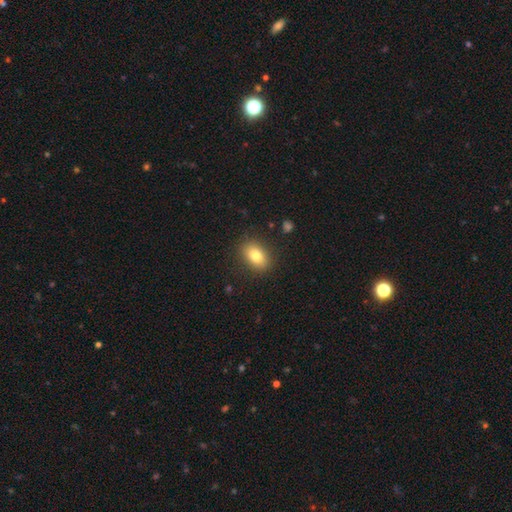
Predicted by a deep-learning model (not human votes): A smooth galaxy with no disk features (80%) that is in between round and cigar-shaped (81%).

Vote fractions:
- Smooth or featured? smooth: 80% / featured or disk: 11% / star or artifact: 9%
- How rounded? in between: 81% / round: 17% / cigar-shaped: 2%
- Merging? none: 87% / minor disturbance: 9% / major disturbance: 3% / merger: 1%